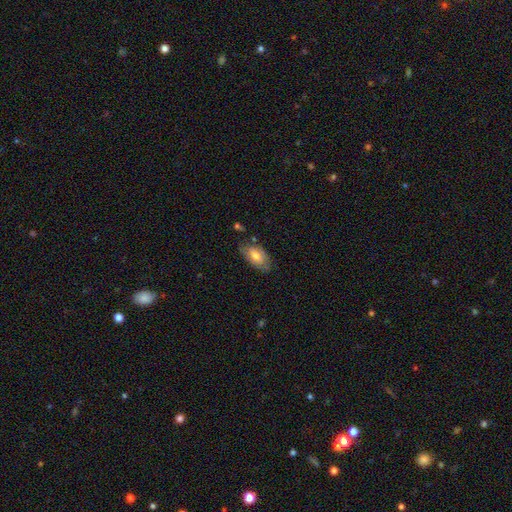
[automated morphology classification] smooth_or_featured: smooth (p=0.65) [alt: featured or disk p=0.28]
how_rounded: in between (p=0.93) [alt: round p=0.04]
merging: none (p=0.69) [alt: minor disturbance p=0.23]